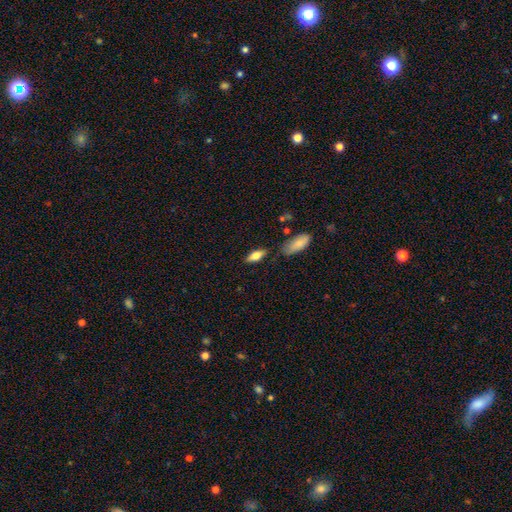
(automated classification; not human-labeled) Smooth or featured? smooth (68%)
How rounded? in between (72%)
Merging? none (80%)